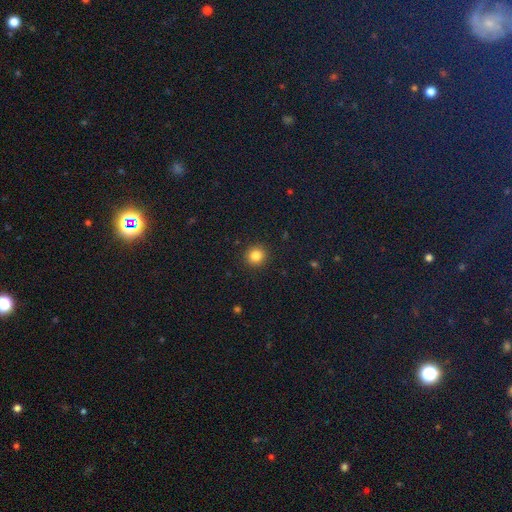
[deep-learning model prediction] Morphology: type=smooth (84%); roundness=round (91%); merging=none (92%).